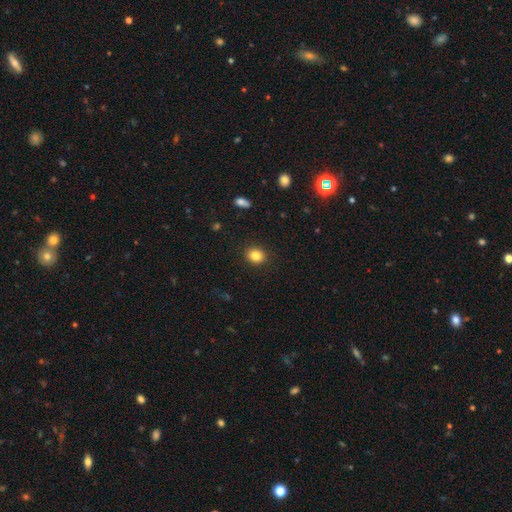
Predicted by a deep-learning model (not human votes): Morphology: type=smooth (84%); roundness=round (67%); merging=none (90%).